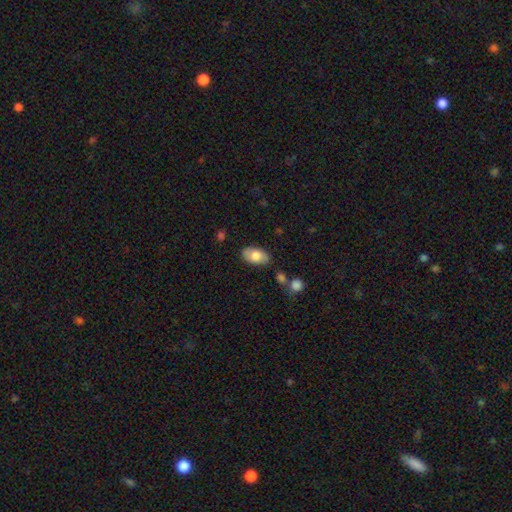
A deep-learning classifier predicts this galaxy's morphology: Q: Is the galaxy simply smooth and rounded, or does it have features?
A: smooth — 76%.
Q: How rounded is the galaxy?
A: in between — 94%.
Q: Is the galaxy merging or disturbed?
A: none — 80%.